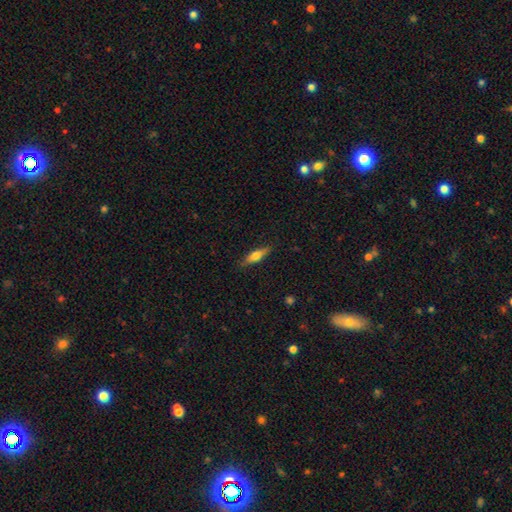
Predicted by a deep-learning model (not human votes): Smooth or featured?
  - smooth: 54% *
  - featured or disk: 39%
  - star or artifact: 6%
How rounded?
  - cigar-shaped: 63% *
  - in between: 34%
  - round: 3%
Merging?
  - none: 86% *
  - minor disturbance: 11%
  - major disturbance: 2%
  - merger: 1%